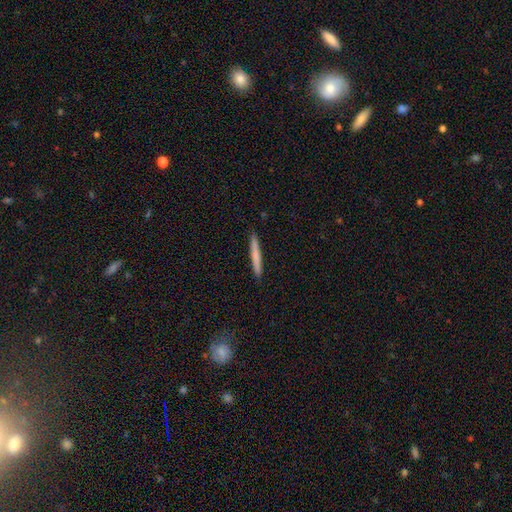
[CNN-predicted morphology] Smooth or featured? smooth (70%)
How rounded? cigar-shaped (97%)
Merging? none (92%)